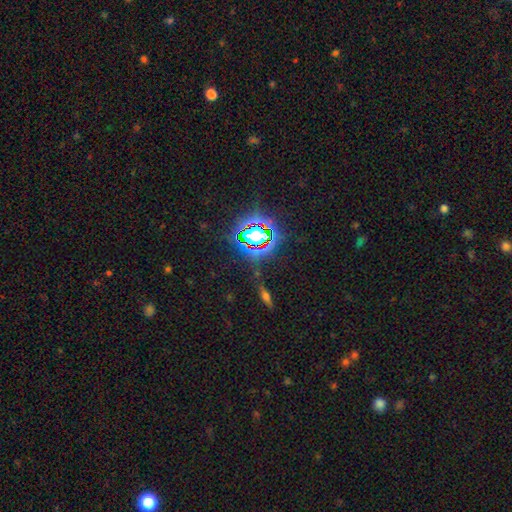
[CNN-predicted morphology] Smooth or featured? Predicted: star or artifact (p=0.73).